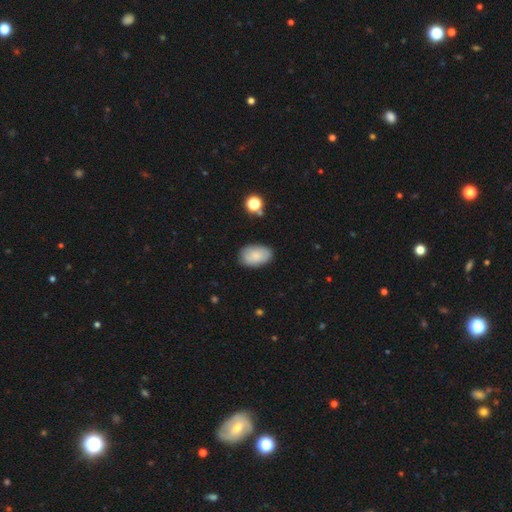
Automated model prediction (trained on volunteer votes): smooth_or_featured: smooth (p=0.83) [alt: featured or disk p=0.10]
how_rounded: in between (p=0.91) [alt: round p=0.07]
merging: none (p=0.81) [alt: minor disturbance p=0.14]